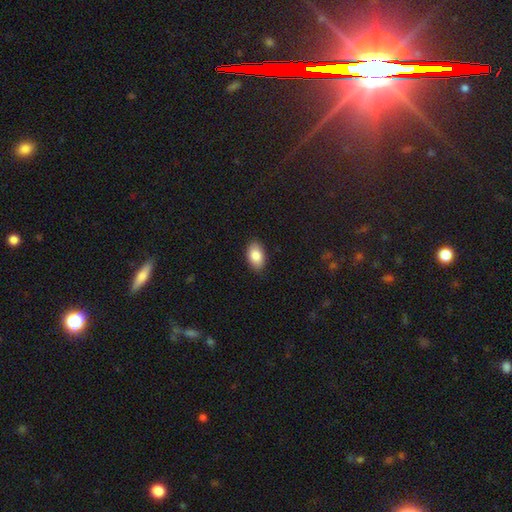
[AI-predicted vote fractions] Overall: smooth (86%). How rounded: in between (92%). Merging: none (88%).